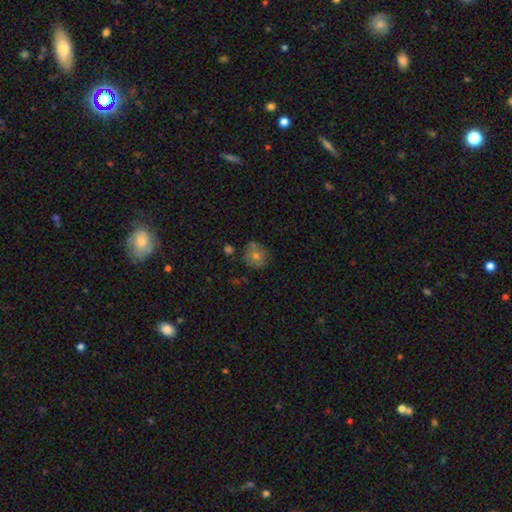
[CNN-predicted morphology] The model was most divided on "smooth or featured": smooth: 61%, featured or disk: 23%, star or artifact: 16%. More confident: how rounded — round (87%); merging — none (75%).